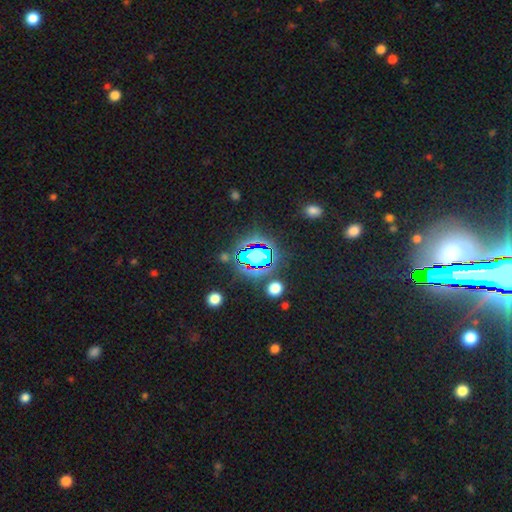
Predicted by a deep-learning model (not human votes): star or artifact 65%, smooth 22%, featured or disk 12%.